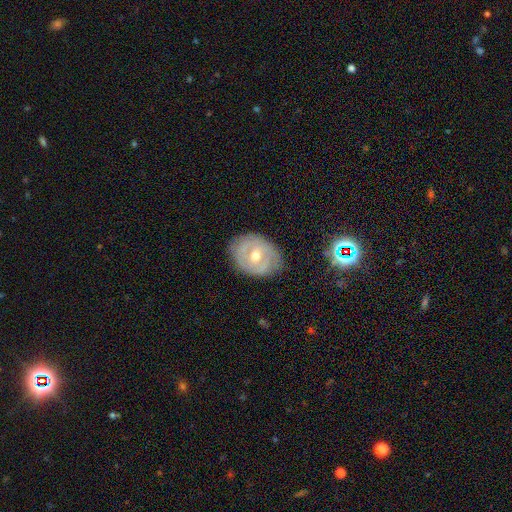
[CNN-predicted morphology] This appears to be a featured or disk galaxy (68%) with no bar (49%), spiral arms (69%) and a moderate central bulge (69%). Merging: none (74%).